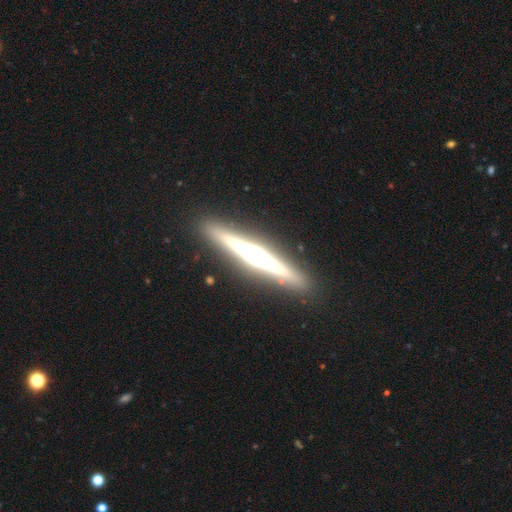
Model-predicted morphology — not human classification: featured or disk 77%, smooth 16%, star or artifact 7%. Down the decision tree: edge-on disk — yes (97%); edge-on bulge — rounded (67%); merging — none (90%).